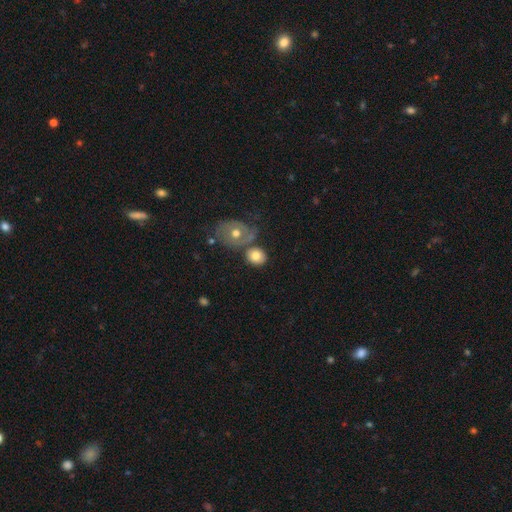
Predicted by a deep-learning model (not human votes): Smooth or featured? Predicted: smooth (p=0.73). How rounded? Predicted: round (p=0.64). Merging? Predicted: none (p=0.56).